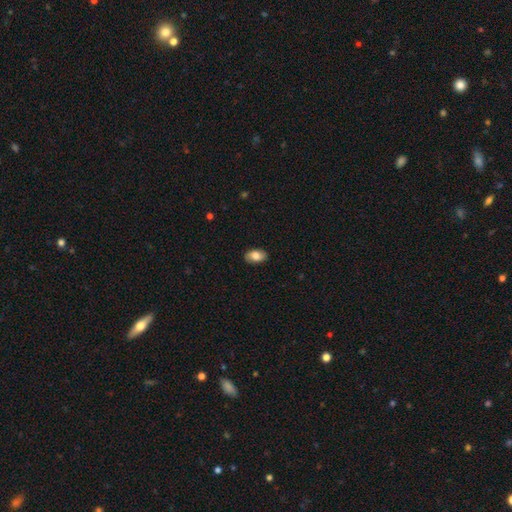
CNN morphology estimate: This appears to be a smooth galaxy with no disk features (81%) that is in between round and cigar-shaped (92%). Merging: none (87%).